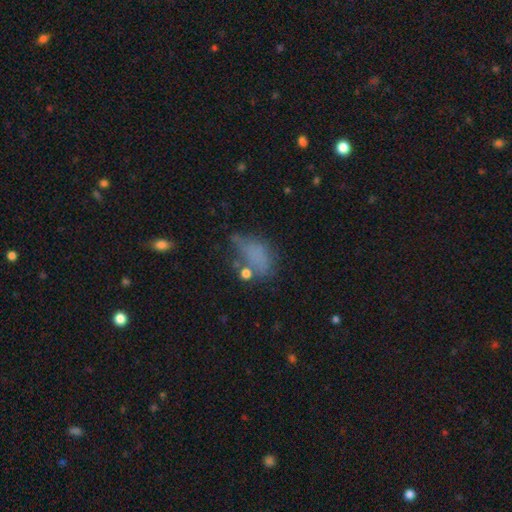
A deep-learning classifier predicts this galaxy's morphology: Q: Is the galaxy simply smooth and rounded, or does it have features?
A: smooth — 60%.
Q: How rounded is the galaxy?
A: in between — 80%.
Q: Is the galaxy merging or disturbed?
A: none — 35%.